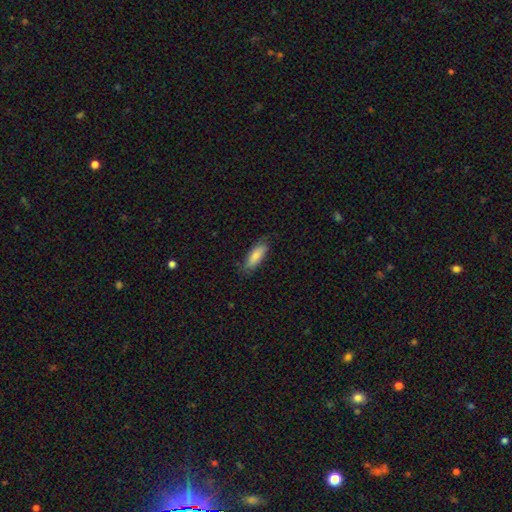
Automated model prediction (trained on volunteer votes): Smooth or featured? Predicted: smooth (p=0.81). How rounded? Predicted: in between (p=0.69). Merging? Predicted: none (p=0.74).